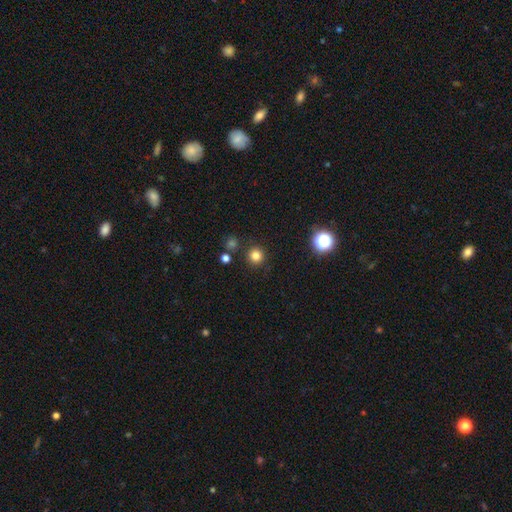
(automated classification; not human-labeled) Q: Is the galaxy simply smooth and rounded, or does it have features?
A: smooth — 80%.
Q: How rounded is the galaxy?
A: round — 95%.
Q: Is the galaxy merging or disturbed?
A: none — 89%.